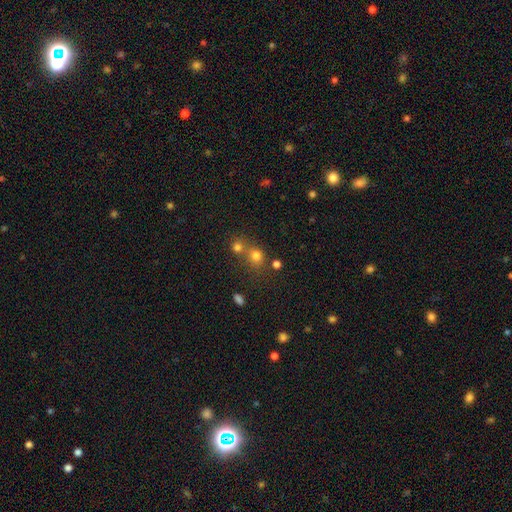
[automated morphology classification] This appears to be a smooth galaxy with no disk features (74%) that is round (78%). Merging: none (49%).